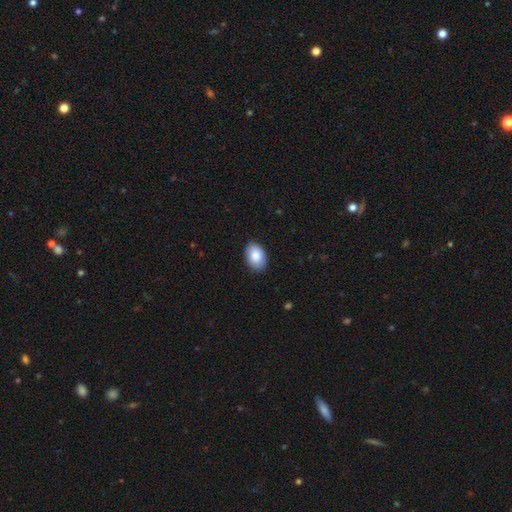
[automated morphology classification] Smooth or featured? Predicted: smooth (p=0.87). How rounded? Predicted: in between (p=0.87). Merging? Predicted: none (p=0.88).